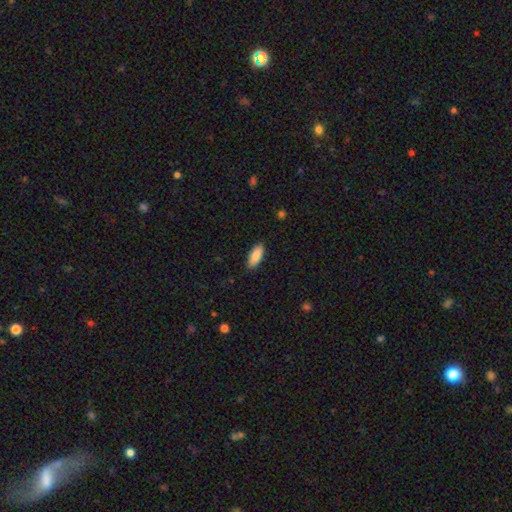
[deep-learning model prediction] Smooth or featured? smooth (88%)
How rounded? in between (81%)
Merging? none (88%)